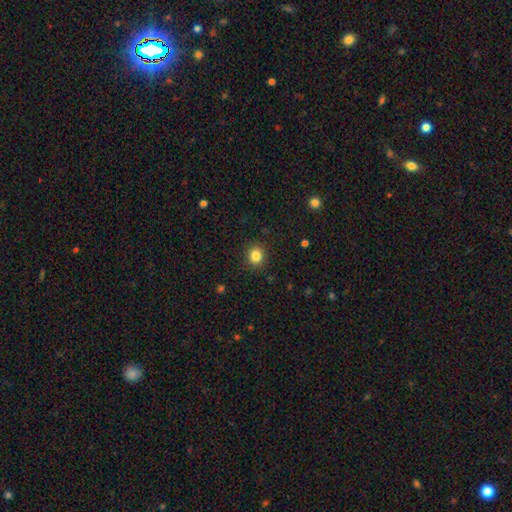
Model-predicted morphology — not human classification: A smooth galaxy with no disk features (84%) that is round (84%). Merging: none (90%).